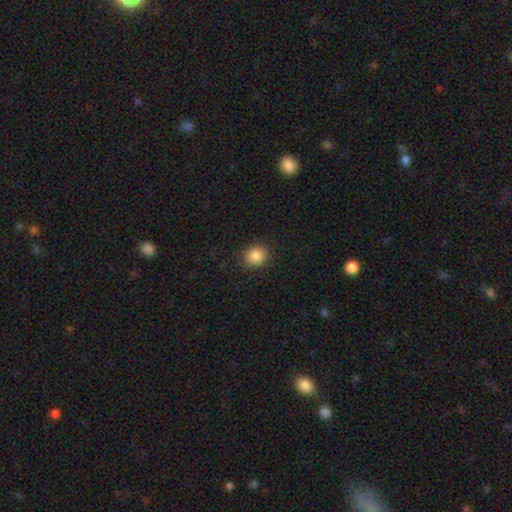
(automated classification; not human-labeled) A smooth galaxy with no disk features (86%) that is round (75%).

Vote fractions:
- Smooth or featured? smooth: 86% / star or artifact: 9% / featured or disk: 4%
- How rounded? round: 75% / in between: 24% / cigar-shaped: 1%
- Merging? none: 88% / minor disturbance: 9% / major disturbance: 3% / merger: 1%